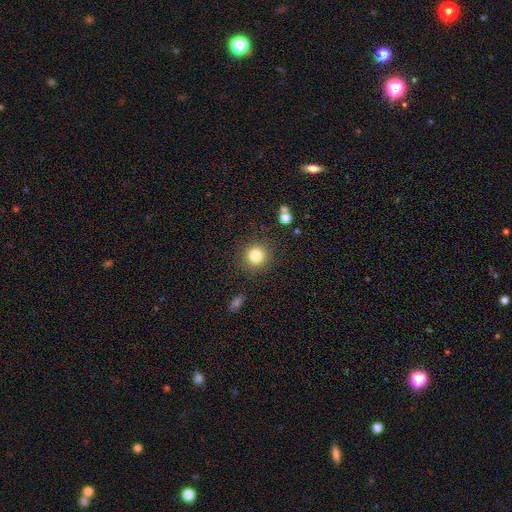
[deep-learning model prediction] smooth_or_featured: smooth (p=0.82) [alt: star or artifact p=0.12]
how_rounded: round (p=0.92) [alt: in between p=0.07]
merging: none (p=0.88) [alt: minor disturbance p=0.07]